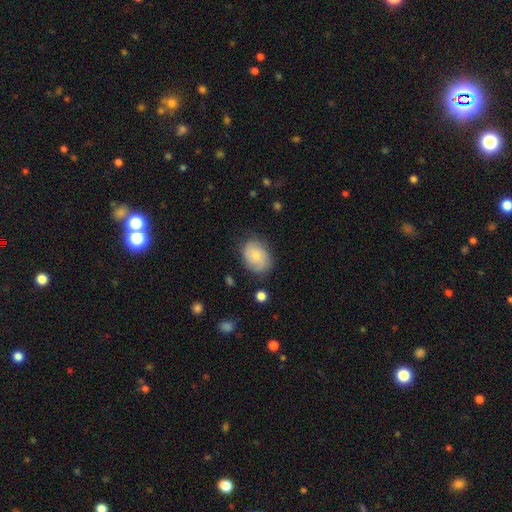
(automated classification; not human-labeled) smooth-or-featured: smooth: 57% | featured or disk: 36% | star or artifact: 7%
  how-rounded: in between: 70% | round: 29% | cigar-shaped: 1%
  merging: none: 73% | minor disturbance: 20% | major disturbance: 5% | merger: 2%